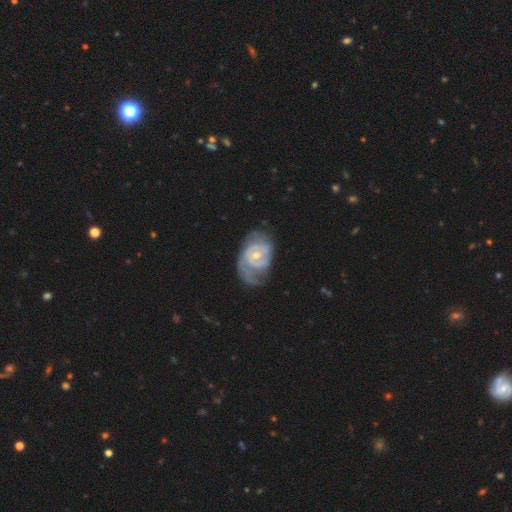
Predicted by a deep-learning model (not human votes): A featured or disk galaxy (86%) with no bar (54%), 2 (49%) tight (55%) spiral arms (94%) and a small central bulge (54%).

Vote fractions:
- Smooth or featured? featured or disk: 86% / smooth: 10% / star or artifact: 4%
- Edge-on disk? no: 98% / yes: 2%
- Bar? no: 54% / weak: 39% / strong: 7%
- Spiral arms? yes: 94% / no: 6%
- Spiral winding? tight: 55% / medium: 34% / loose: 11%
- Spiral arm count? 2: 49% / can't tell: 24% / 3: 11% / 1: 8% / 4: 4% / more than 4: 3%
- Bulge size? small: 54% / moderate: 42% / large: 1% / none: 1% / dominant: 1%
- Merging? none: 50% / minor disturbance: 26% / major disturbance: 22% / merger: 2%